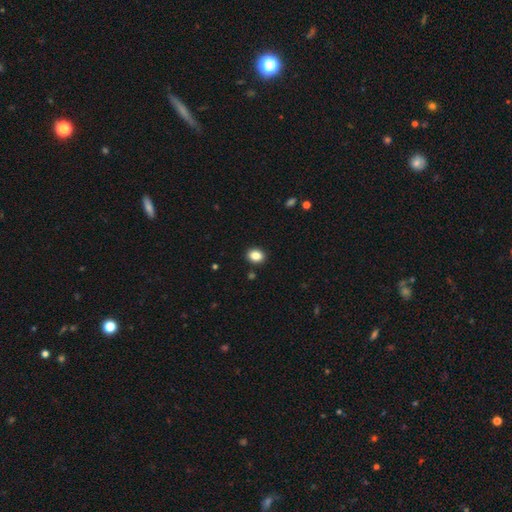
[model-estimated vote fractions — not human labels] Morphology: type=smooth (85%); roundness=in between (50%); merging=none (91%).